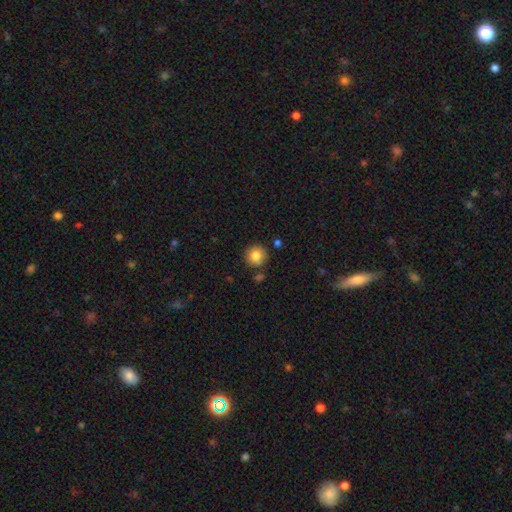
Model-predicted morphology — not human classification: The model was most divided on "smooth or featured": smooth: 83%, star or artifact: 9%, featured or disk: 7%. More confident: how rounded — round (92%); merging — none (84%).